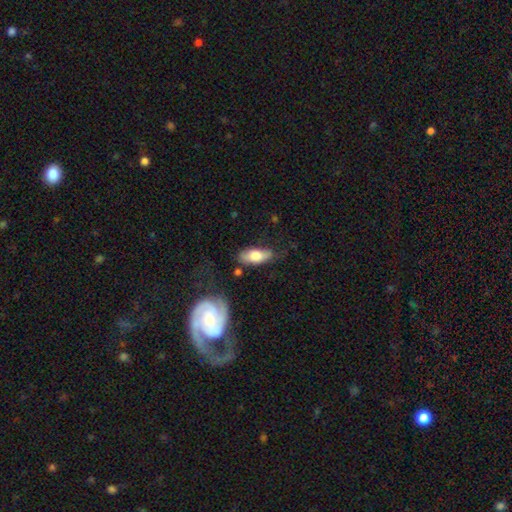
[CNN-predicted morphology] smooth_or_featured: smooth (p=0.74) [alt: featured or disk p=0.20]
how_rounded: in between (p=0.82) [alt: cigar-shaped p=0.15]
merging: none (p=0.64) [alt: minor disturbance p=0.24]